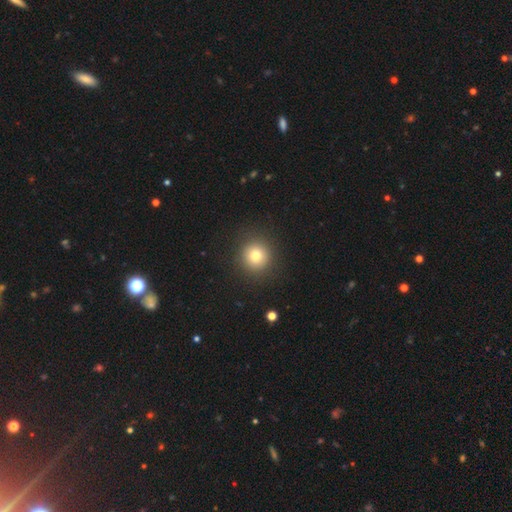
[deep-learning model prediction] smooth 78%, star or artifact 12%, featured or disk 10%. Down the decision tree: how rounded — round (93%); merging — none (90%).